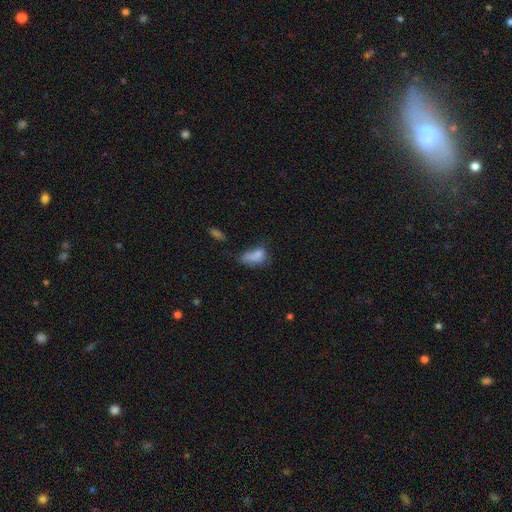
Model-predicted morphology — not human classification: This is likely a smooth galaxy (74%). How rounded: clearly in between (85%). Merging: marginally none (27%, tied with minor disturbance).